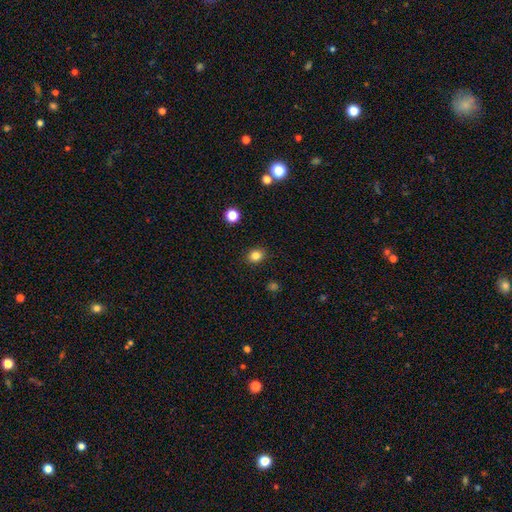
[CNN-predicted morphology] This is clearly a smooth galaxy (82%). How rounded: likely round (61%). Merging: clearly none (90%).